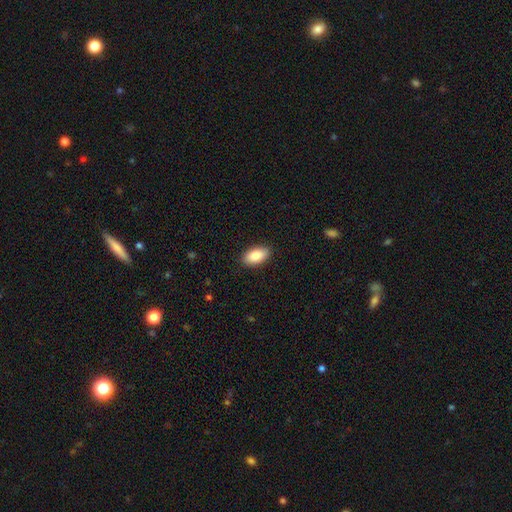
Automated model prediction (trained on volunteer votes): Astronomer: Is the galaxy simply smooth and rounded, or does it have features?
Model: smooth — 88%.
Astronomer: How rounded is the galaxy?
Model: in between — 94%.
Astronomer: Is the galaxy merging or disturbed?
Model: none — 89%.